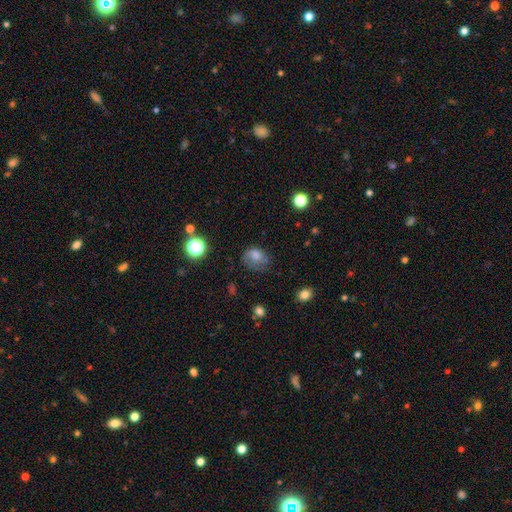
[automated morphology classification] Overall: smooth (73%). How rounded: round (51%; in between 48%). Merging: none (48%; minor disturbance 30%).